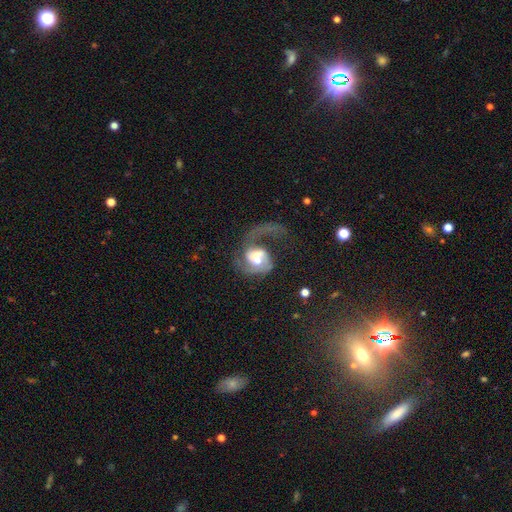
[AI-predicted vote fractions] smooth_or_featured: featured or disk (p=0.72) [alt: smooth p=0.21]
disk_edge_on: no (p=0.97) [alt: yes p=0.03]
bar: no (p=0.59) [alt: weak p=0.33]
has_spiral_arms: yes (p=0.86) [alt: no p=0.14]
spiral_winding: loose (p=0.60) [alt: medium p=0.30]
spiral_arm_count: 1 (p=0.68) [alt: 2 p=0.21]
bulge_size: moderate (p=0.53) [alt: large p=0.24]
merging: merger (p=0.38) [alt: major disturbance p=0.37]